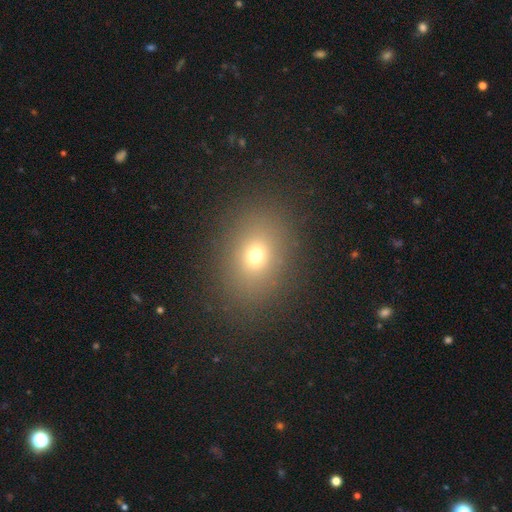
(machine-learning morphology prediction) This is likely a smooth galaxy (69%). How rounded: possibly in between (58%). Merging: clearly none (86%).